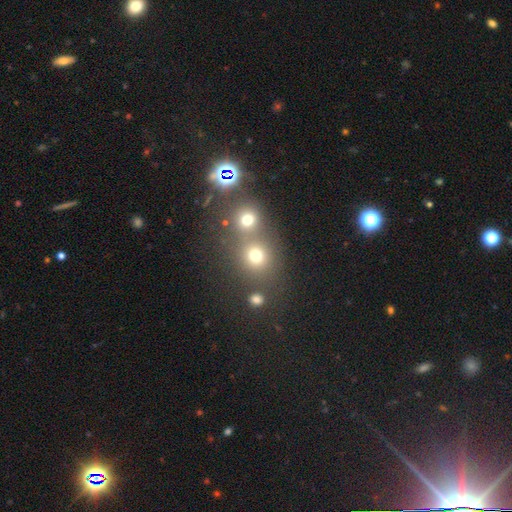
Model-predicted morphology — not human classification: The model was most divided on "merging": none: 51%, merger: 39%, minor disturbance: 6%, major disturbance: 3%. More confident: how rounded — round (84%); smooth or featured — smooth (74%).